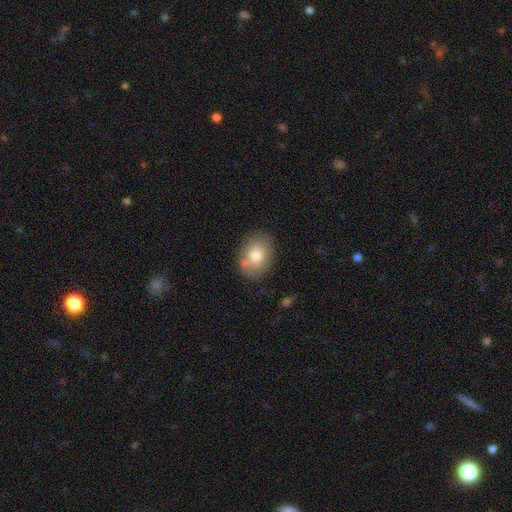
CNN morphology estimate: The model was most divided on "how rounded": in between: 68%, round: 31%, cigar-shaped: 1%. More confident: smooth or featured — smooth (77%); merging — none (77%).